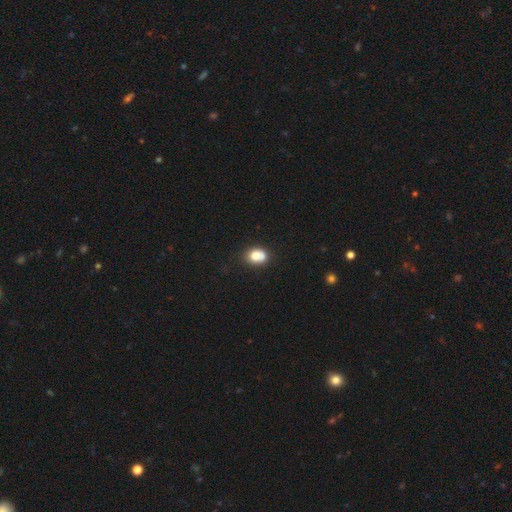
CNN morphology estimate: This appears to be a smooth galaxy with no disk features (75%) that is in between round and cigar-shaped (52%). Merging: none (52%).